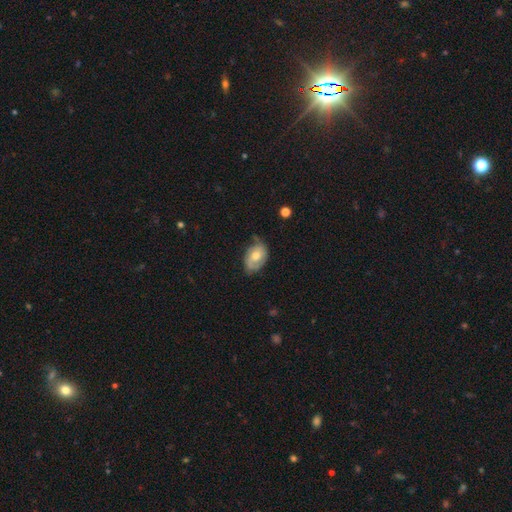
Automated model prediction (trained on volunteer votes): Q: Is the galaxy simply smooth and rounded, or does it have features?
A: featured or disk — 54%.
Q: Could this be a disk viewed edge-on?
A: no — 95%.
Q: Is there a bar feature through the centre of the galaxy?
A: no — 70%.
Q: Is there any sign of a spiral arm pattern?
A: yes — 78%.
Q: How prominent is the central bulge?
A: moderate — 70%.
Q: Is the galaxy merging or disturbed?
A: none — 56%.